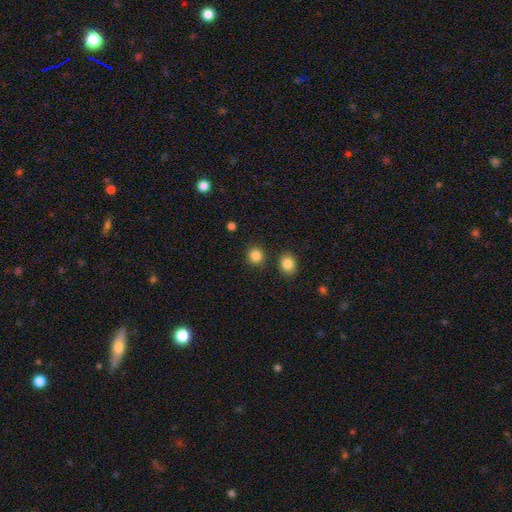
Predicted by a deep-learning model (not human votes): Smooth or featured? Predicted: smooth (p=0.85). How rounded? Predicted: round (p=0.89). Merging? Predicted: none (p=0.86).